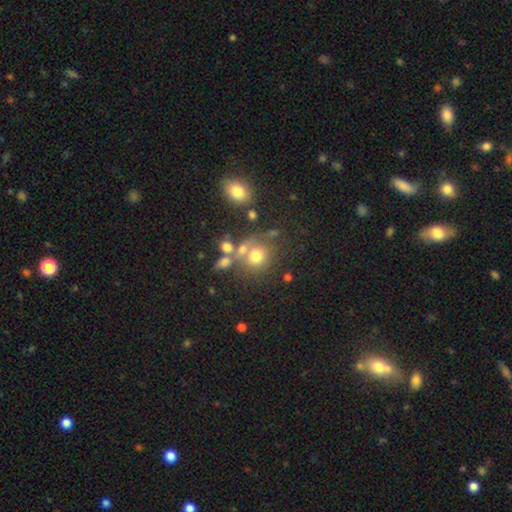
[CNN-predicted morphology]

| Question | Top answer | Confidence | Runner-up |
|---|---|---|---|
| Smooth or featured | smooth | 68% | star or artifact (16%) |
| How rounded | round | 78% | in between (21%) |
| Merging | none | 50% | merger (27%) |